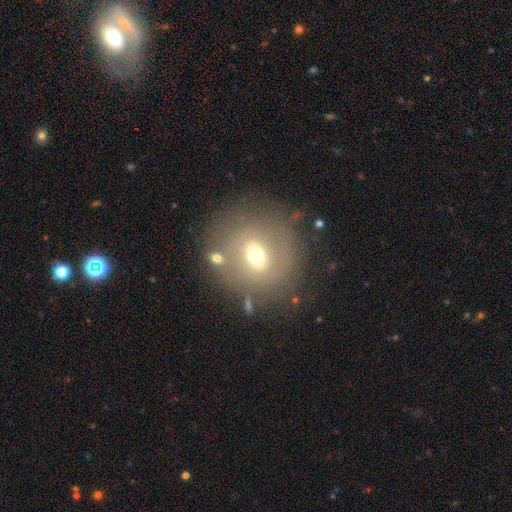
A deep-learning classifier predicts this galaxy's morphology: Smooth or featured: smooth — 43% (tied with featured or disk — 43%)
Merging: none — 77% (minor disturbance — 13%)